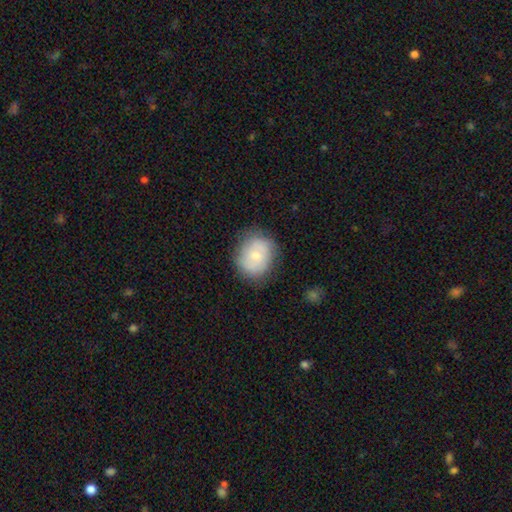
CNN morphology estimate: Overall: smooth (67%). How rounded: round (70%). Merging: none (77%).